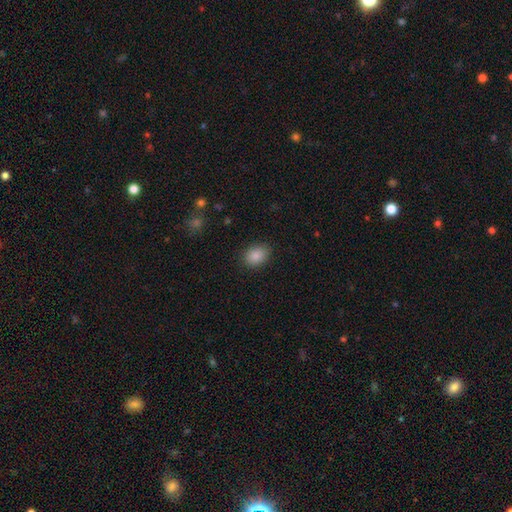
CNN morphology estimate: Smooth or featured: smooth — 87% (star or artifact — 9%)
How rounded: in between — 67% (round — 32%)
Merging: none — 86% (minor disturbance — 10%)